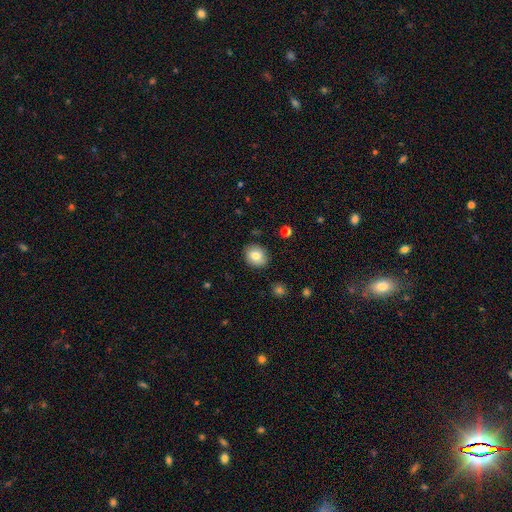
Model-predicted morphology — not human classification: Q: Smooth or featured?
A: smooth (81%); runner-up: featured or disk (10%)
Q: How rounded?
A: round (67%); runner-up: in between (32%)
Q: Merging?
A: none (87%); runner-up: minor disturbance (9%)